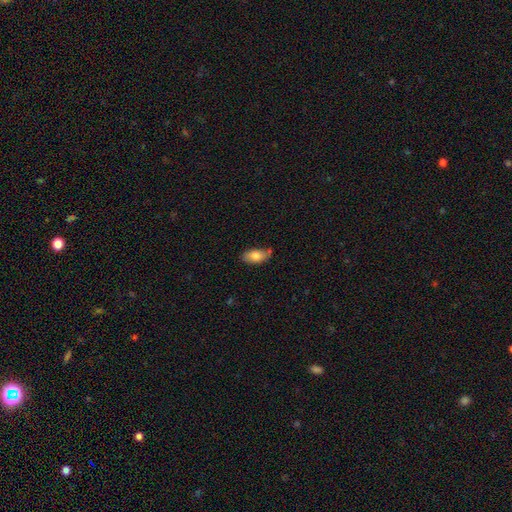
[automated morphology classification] type=smooth (78%); roundness=in between (92%); merging=none (67%).